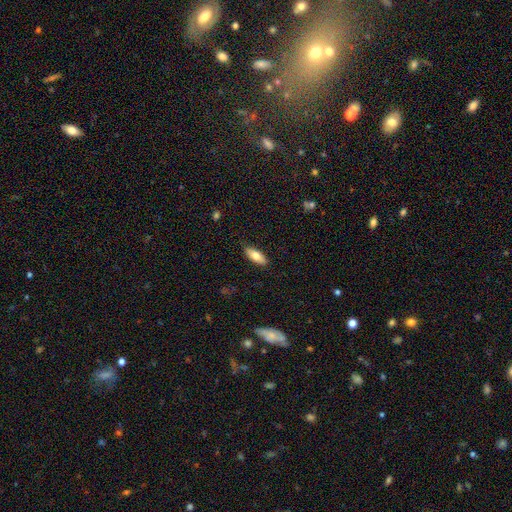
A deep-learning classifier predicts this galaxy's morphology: Smooth or featured? Predicted: smooth (p=0.76). How rounded? Predicted: in between (p=0.74). Merging? Predicted: none (p=0.88).